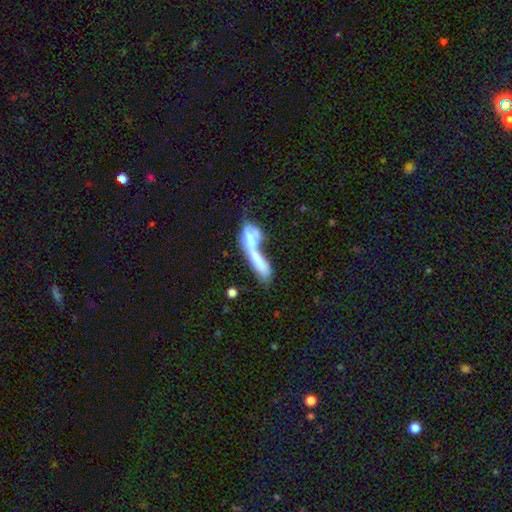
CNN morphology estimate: A smooth galaxy with no disk features (54%) that is cigar-shaped (56%).

Vote fractions:
- Smooth or featured? smooth: 54% / featured or disk: 36% / star or artifact: 10%
- How rounded? cigar-shaped: 56% / in between: 38% / round: 6%
- Merging? merger: 68% / none: 15% / major disturbance: 10% / minor disturbance: 7%